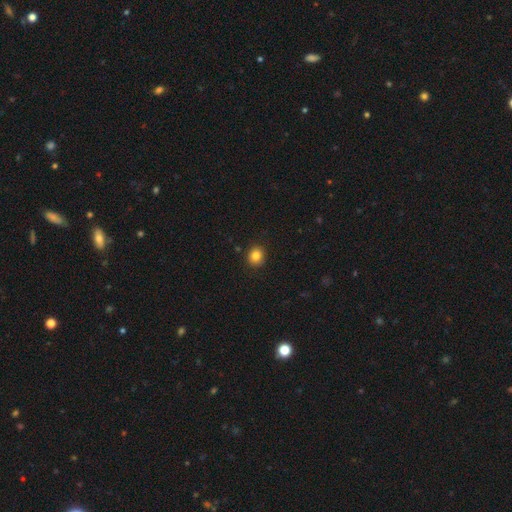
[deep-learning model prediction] Smooth or featured: smooth — 84% (star or artifact — 11%)
How rounded: round — 83% (in between — 16%)
Merging: none — 90% (minor disturbance — 7%)